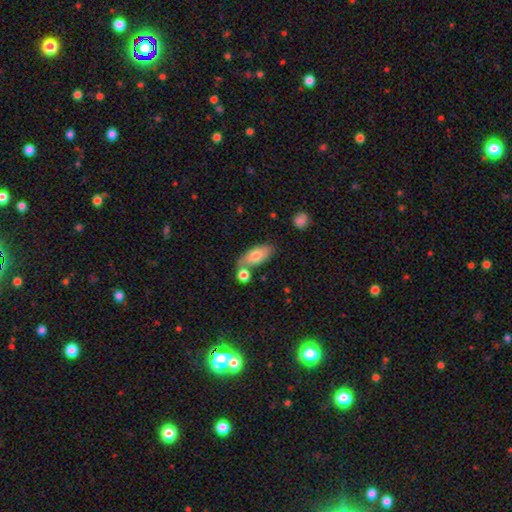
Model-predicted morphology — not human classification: Smooth or featured?
  - smooth: 75% *
  - featured or disk: 18%
  - star or artifact: 7%
How rounded?
  - in between: 87% *
  - cigar-shaped: 10%
  - round: 3%
Merging?
  - none: 58% *
  - merger: 23%
  - minor disturbance: 15%
  - major disturbance: 4%